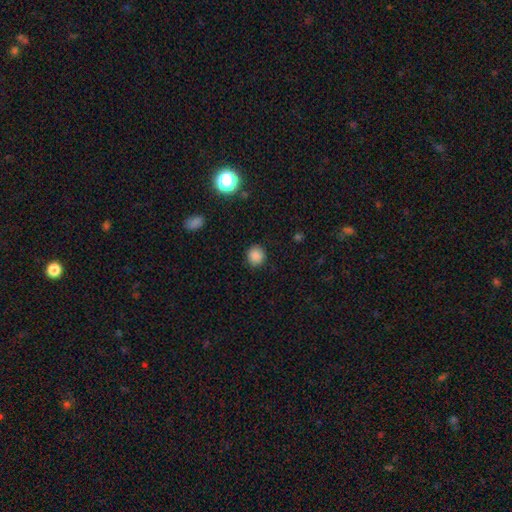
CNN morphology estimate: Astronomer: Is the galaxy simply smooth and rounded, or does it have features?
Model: smooth — 86%.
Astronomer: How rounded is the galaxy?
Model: round — 86%.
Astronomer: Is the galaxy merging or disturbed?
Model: none — 88%.